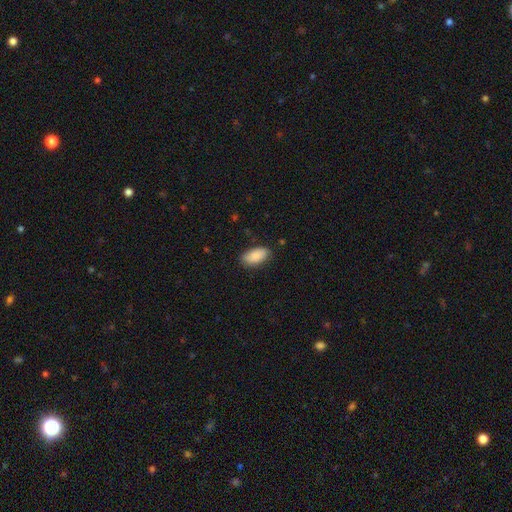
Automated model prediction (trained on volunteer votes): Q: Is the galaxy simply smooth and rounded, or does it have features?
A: smooth — 89%.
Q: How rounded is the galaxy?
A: in between — 92%.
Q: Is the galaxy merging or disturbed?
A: none — 82%.